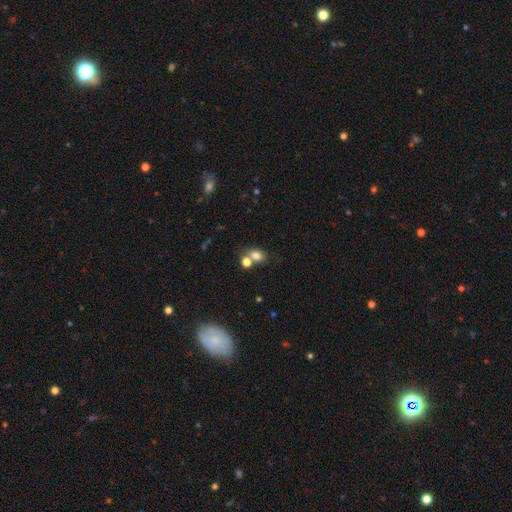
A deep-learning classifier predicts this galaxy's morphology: smooth_or_featured: smooth (p=0.77) [alt: star or artifact p=0.13]
how_rounded: in between (p=0.62) [alt: round p=0.36]
merging: none (p=0.47) [alt: merger p=0.37]